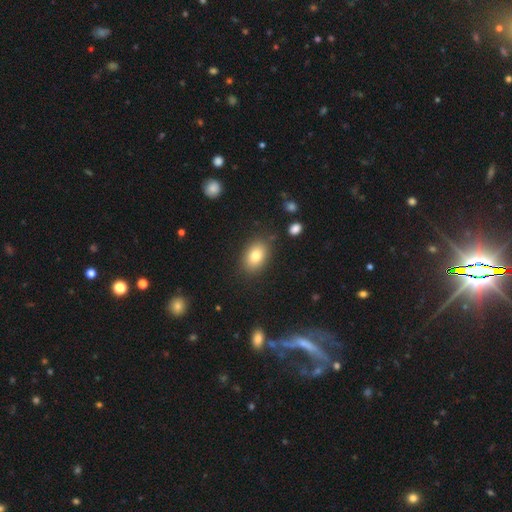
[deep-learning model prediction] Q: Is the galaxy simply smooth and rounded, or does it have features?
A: smooth — 80%.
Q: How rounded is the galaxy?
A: in between — 78%.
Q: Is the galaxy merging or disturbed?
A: none — 84%.